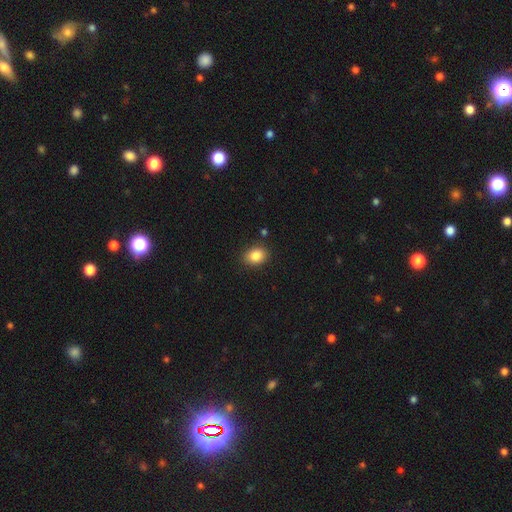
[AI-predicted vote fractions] Smooth or featured? smooth (85%)
How rounded? in between (60%)
Merging? none (86%)